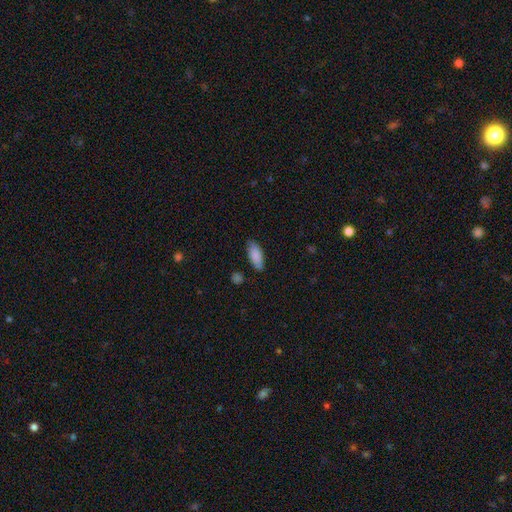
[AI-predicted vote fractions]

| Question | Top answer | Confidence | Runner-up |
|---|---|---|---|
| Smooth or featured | smooth | 87% | featured or disk (7%) |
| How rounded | in between | 80% | cigar-shaped (18%) |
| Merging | none | 83% | minor disturbance (13%) |